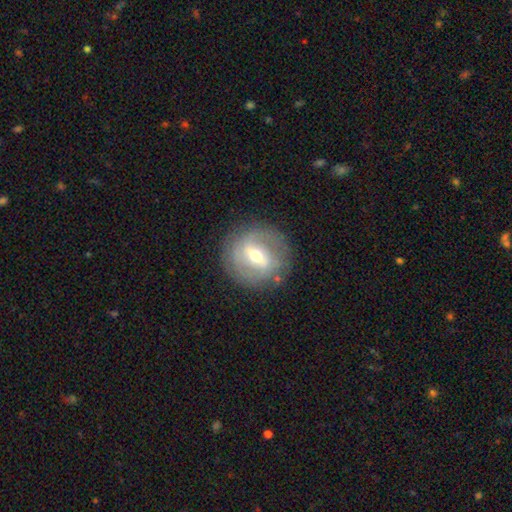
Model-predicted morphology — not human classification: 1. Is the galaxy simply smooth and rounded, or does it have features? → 67% featured or disk, 26% smooth, 7% star or artifact.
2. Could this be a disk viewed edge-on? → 93% no, 7% yes.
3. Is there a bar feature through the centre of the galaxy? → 46% weak, 38% strong, 16% no.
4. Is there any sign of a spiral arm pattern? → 62% yes, 38% no.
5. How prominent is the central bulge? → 71% moderate, 20% small, 7% large, 1% dominant, 1% none.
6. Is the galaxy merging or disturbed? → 80% none, 13% minor disturbance, 6% major disturbance, 1% merger.